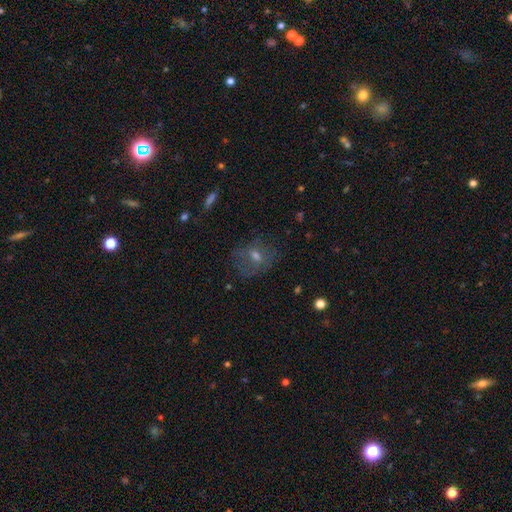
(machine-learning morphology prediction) type=smooth (44%); merging=none (58%).